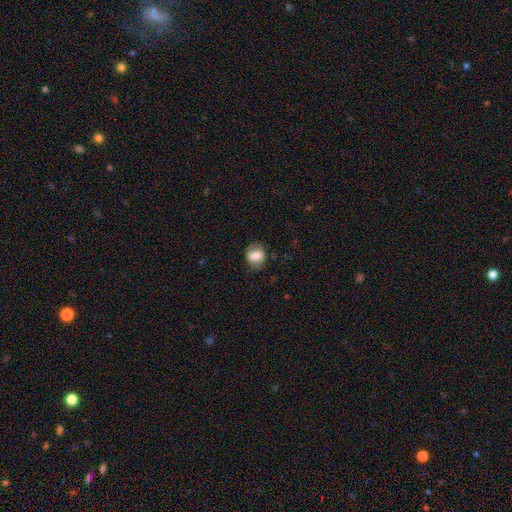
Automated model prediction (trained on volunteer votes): A smooth galaxy with no disk features (68%) that is in between round and cigar-shaped (54%).

Vote fractions:
- Smooth or featured? smooth: 68% / featured or disk: 24% / star or artifact: 8%
- How rounded? in between: 54% / round: 45% / cigar-shaped: 1%
- Merging? none: 76% / minor disturbance: 17% / major disturbance: 6% / merger: 1%